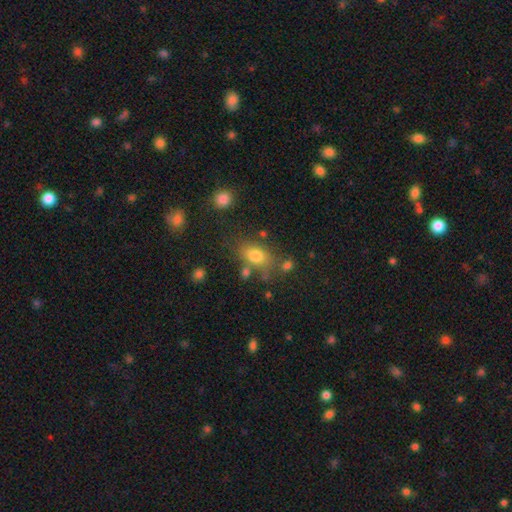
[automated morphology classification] Overall: smooth (77%). How rounded: in between (79%). Merging: none (64%).